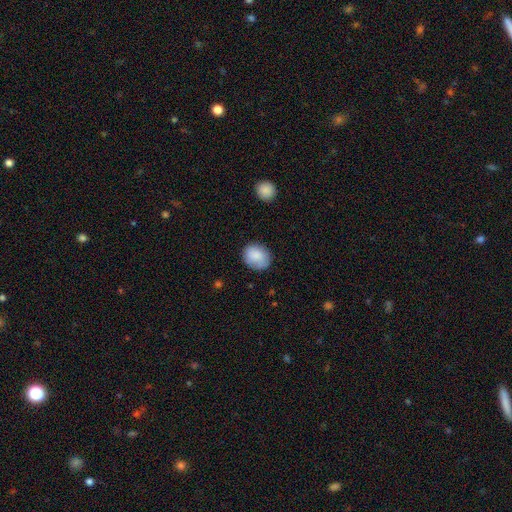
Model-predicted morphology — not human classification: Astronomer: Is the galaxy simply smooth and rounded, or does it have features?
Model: smooth — 85%.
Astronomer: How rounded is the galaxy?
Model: round — 62% (runner-up: in between, 37%).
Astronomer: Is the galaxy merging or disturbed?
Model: none — 78%.